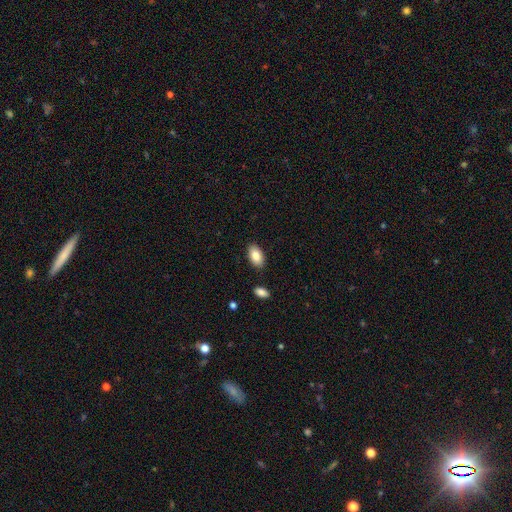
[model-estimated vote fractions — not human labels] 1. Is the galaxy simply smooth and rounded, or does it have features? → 86% smooth, 7% featured or disk, 7% star or artifact.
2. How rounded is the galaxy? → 94% in between, 4% round, 2% cigar-shaped.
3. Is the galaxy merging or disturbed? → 87% none, 9% minor disturbance, 2% merger, 2% major disturbance.